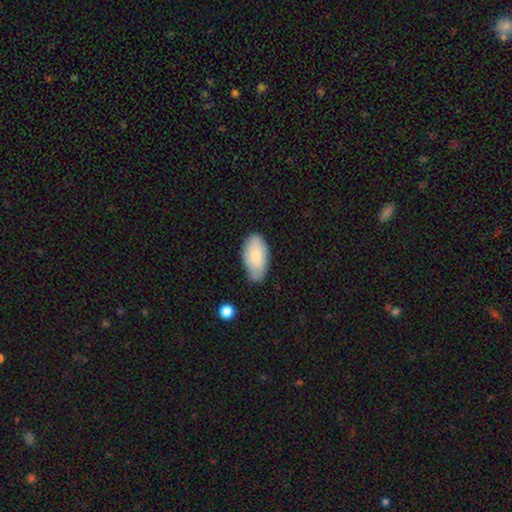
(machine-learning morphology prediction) This is likely a smooth galaxy (77%). How rounded: clearly in between (95%). Merging: likely none (61%).